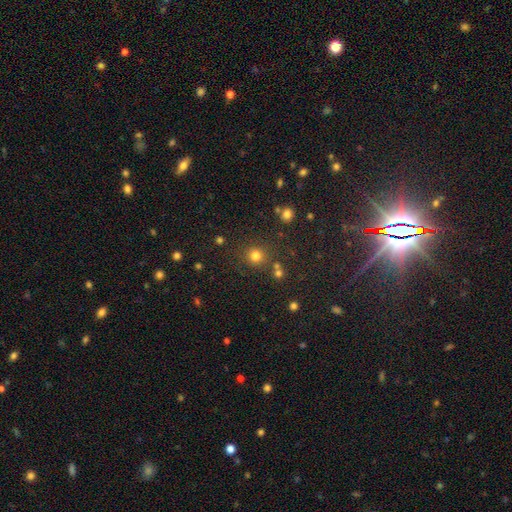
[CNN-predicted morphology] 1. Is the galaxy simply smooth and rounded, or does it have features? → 77% smooth, 17% star or artifact, 6% featured or disk.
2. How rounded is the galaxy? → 92% round, 7% in between, 1% cigar-shaped.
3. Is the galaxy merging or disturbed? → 81% none, 8% minor disturbance, 7% merger, 4% major disturbance.